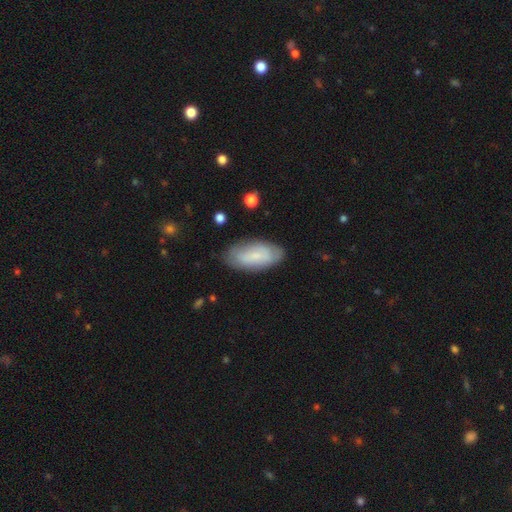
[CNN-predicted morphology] A smooth galaxy with no disk features (63%) that is in between round and cigar-shaped (89%). Merging: none (78%).